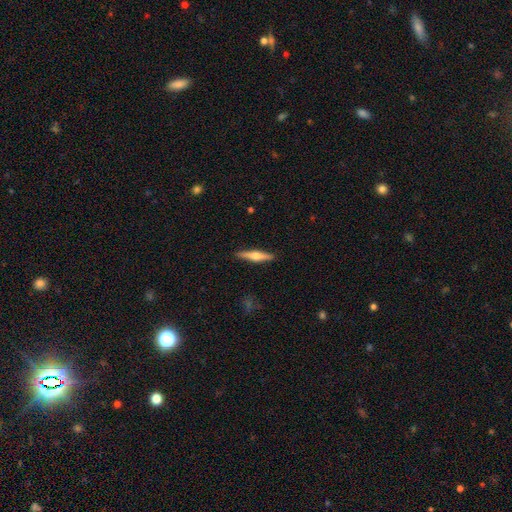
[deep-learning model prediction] Smooth or featured? Predicted: featured or disk (p=0.53). Edge-on disk? Predicted: yes (p=0.96). Edge-on bulge? Predicted: rounded (p=0.88). Merging? Predicted: none (p=0.90).